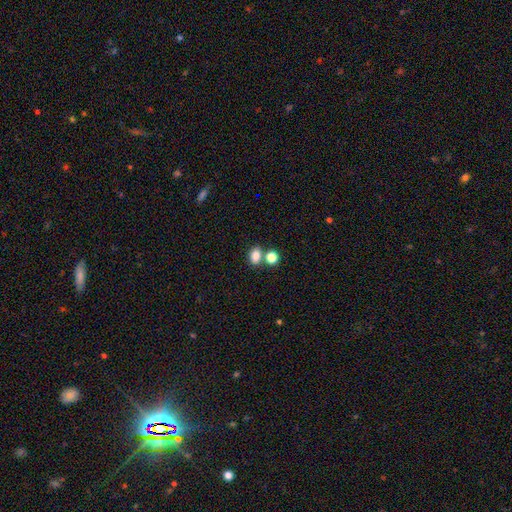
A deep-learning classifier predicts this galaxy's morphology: This appears to be a smooth galaxy with no disk features (82%) that is in between round and cigar-shaped (68%). Merging: none (59%).